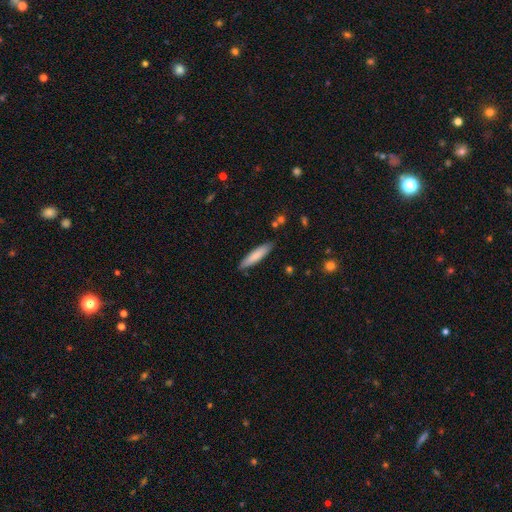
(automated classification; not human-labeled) This appears to be a smooth galaxy with no disk features (79%) that is cigar-shaped (82%). Merging: none (86%).